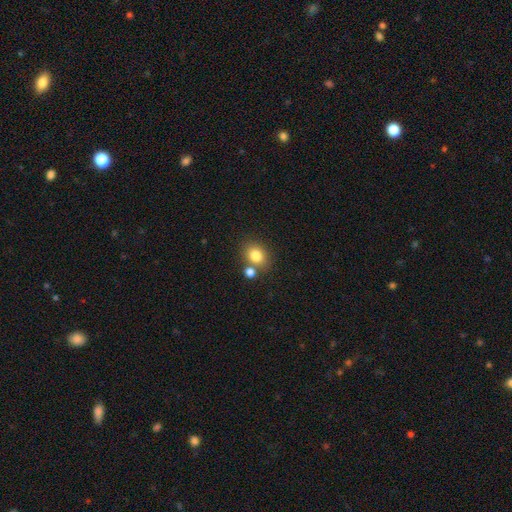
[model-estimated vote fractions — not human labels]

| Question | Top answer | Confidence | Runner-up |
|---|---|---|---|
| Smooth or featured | smooth | 81% | star or artifact (11%) |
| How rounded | round | 55% | in between (44%) |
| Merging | none | 65% | merger (21%) |